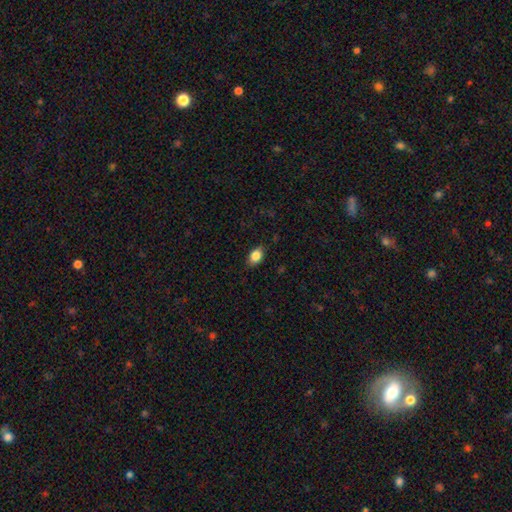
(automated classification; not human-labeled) This is clearly a smooth galaxy (85%). How rounded: clearly in between (82%). Merging: clearly none (84%).